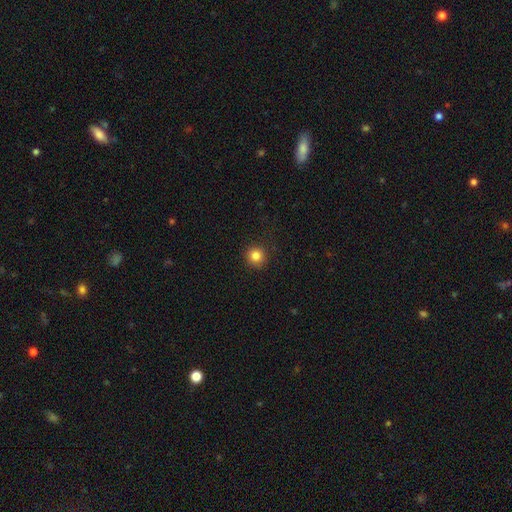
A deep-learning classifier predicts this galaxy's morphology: This is clearly a smooth galaxy (84%). How rounded: clearly round (94%). Merging: clearly none (91%).